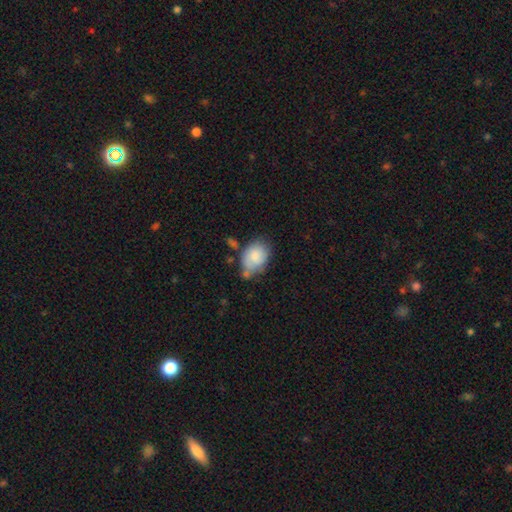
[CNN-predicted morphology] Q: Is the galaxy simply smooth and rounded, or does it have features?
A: smooth — 80%.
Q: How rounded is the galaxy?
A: in between — 75%.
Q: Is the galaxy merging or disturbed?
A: none — 49%.